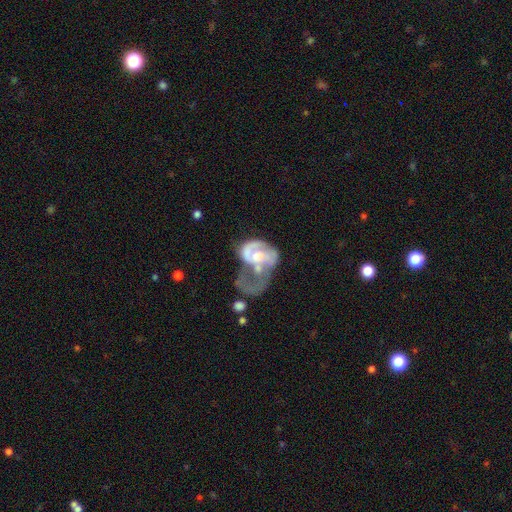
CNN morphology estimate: This appears to be a featured or disk galaxy (70%) with no bar (70%), spiral arms (62%) and a moderate central bulge (57%). Merging: major disturbance (43%).